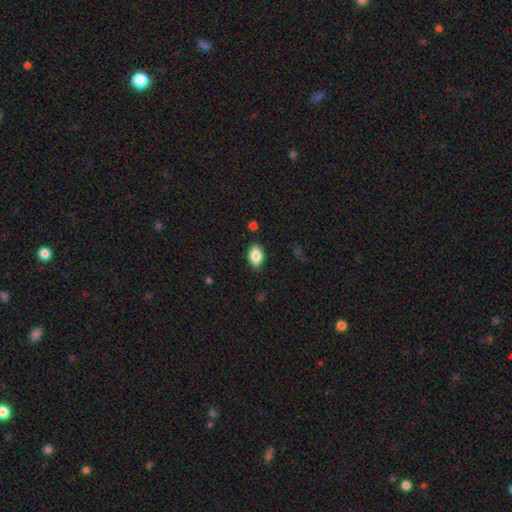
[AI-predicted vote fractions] smooth-or-featured: smooth: 86% | star or artifact: 8% | featured or disk: 7%
  how-rounded: in between: 87% | round: 12% | cigar-shaped: 2%
  merging: none: 86% | minor disturbance: 10% | major disturbance: 2% | merger: 1%